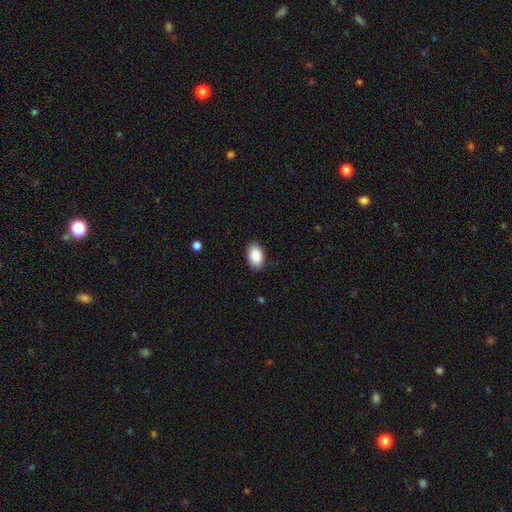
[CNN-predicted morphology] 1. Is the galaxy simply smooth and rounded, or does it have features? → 90% smooth, 6% star or artifact, 4% featured or disk.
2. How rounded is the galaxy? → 92% in between, 7% round, 1% cigar-shaped.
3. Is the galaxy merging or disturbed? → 89% none, 9% minor disturbance, 2% major disturbance, 1% merger.